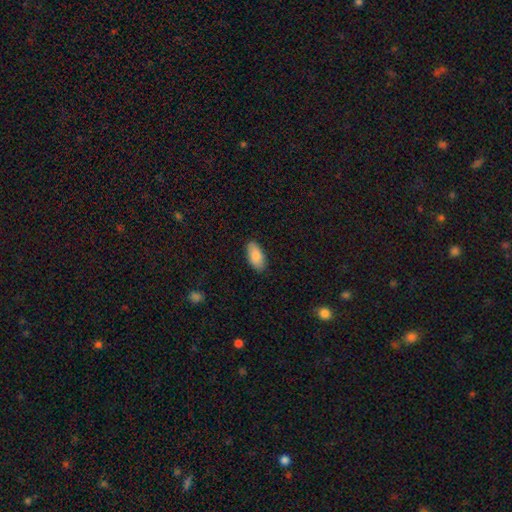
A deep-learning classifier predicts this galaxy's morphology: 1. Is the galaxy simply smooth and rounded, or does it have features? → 86% smooth, 8% featured or disk, 6% star or artifact.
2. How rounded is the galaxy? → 92% in between, 6% cigar-shaped, 2% round.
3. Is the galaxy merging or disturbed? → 87% none, 10% minor disturbance, 2% major disturbance, 1% merger.